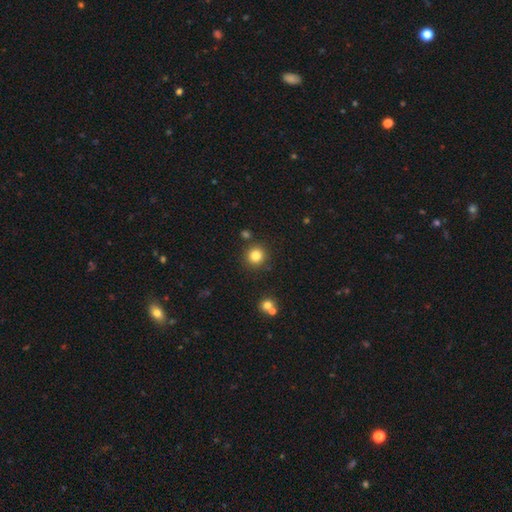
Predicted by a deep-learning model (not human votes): Overall: smooth (82%). How rounded: round (94%). Merging: none (87%).